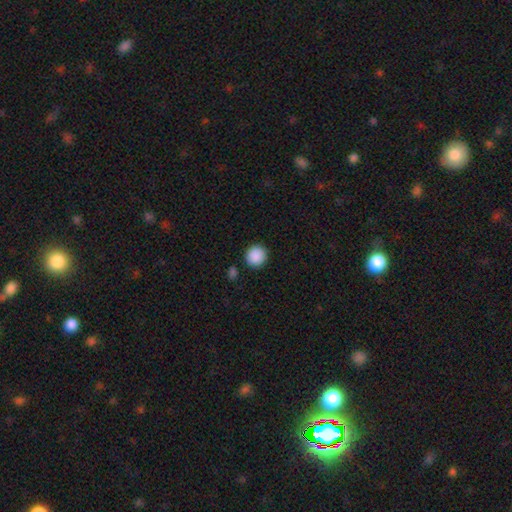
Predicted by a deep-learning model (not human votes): smooth 90%, star or artifact 8%, featured or disk 3%. Down the decision tree: how rounded — round (92%); merging — none (89%).